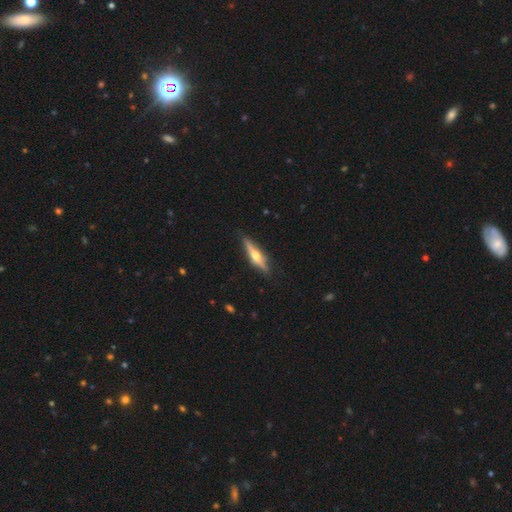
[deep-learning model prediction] The model was most divided on "smooth or featured": featured or disk: 70%, smooth: 24%, star or artifact: 5%. More confident: edge-on disk — yes (96%); edge-on bulge — rounded (94%); merging — none (87%).